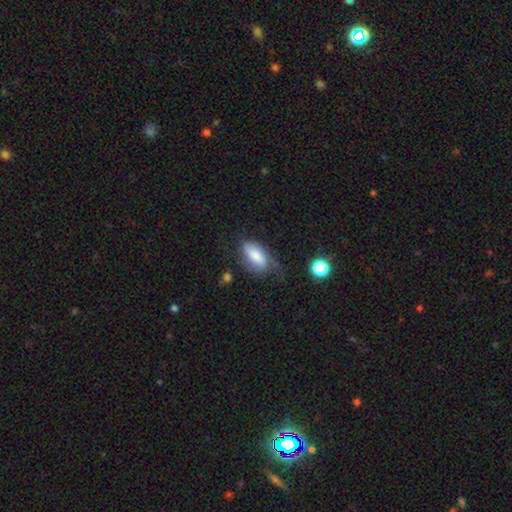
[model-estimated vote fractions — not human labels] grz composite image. It shows a smooth galaxy with no disk features (68%) that is in between round and cigar-shaped (87%). Merging: none (49%).